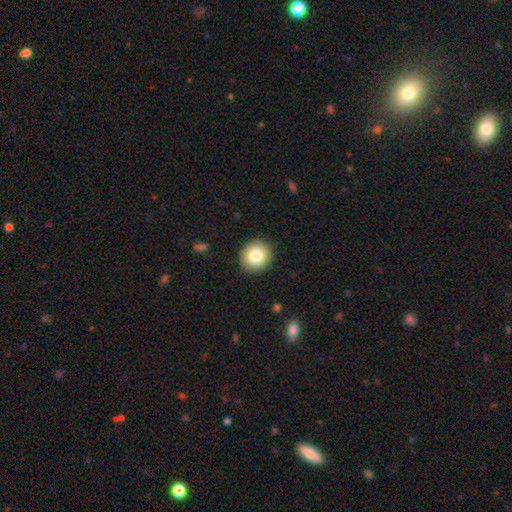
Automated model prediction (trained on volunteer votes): smooth-or-featured: smooth: 82% | featured or disk: 10% | star or artifact: 9%
  how-rounded: round: 85% | in between: 14% | cigar-shaped: 1%
  merging: none: 91% | minor disturbance: 6% | major disturbance: 2% | merger: 1%